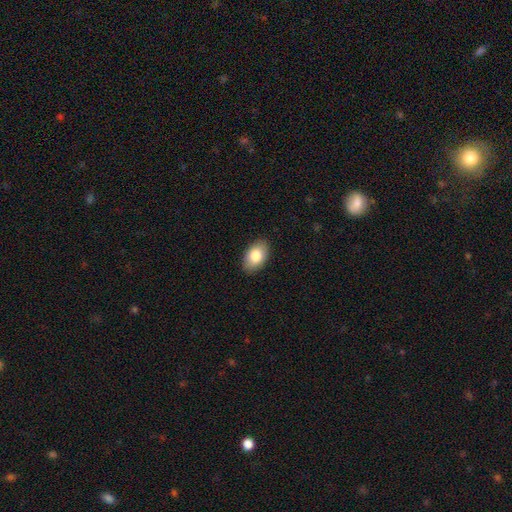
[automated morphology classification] A smooth galaxy with no disk features (82%) that is in between round and cigar-shaped (92%). Merging: none (88%).